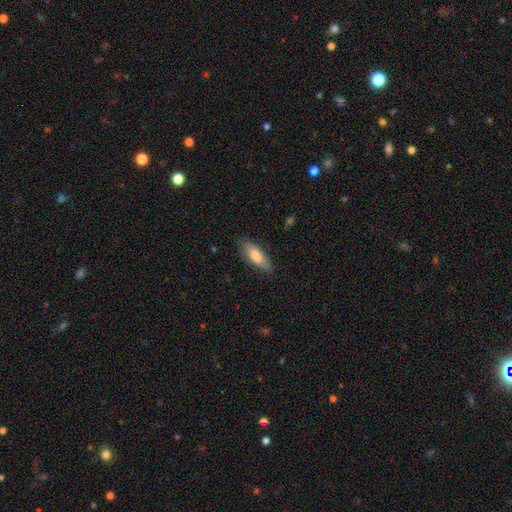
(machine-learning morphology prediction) The model was most divided on "how rounded": in between: 73%, cigar-shaped: 26%, round: 2%. More confident: merging — none (82%); smooth or featured — smooth (81%).